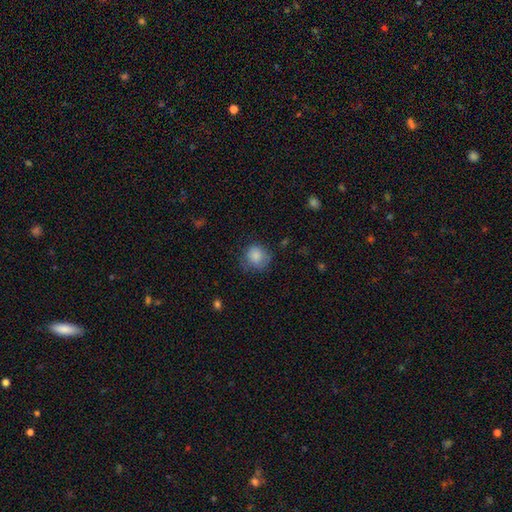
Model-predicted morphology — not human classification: Q: Smooth or featured?
A: smooth (84%); runner-up: star or artifact (8%)
Q: How rounded?
A: round (83%); runner-up: in between (16%)
Q: Merging?
A: none (65%); runner-up: minor disturbance (25%)